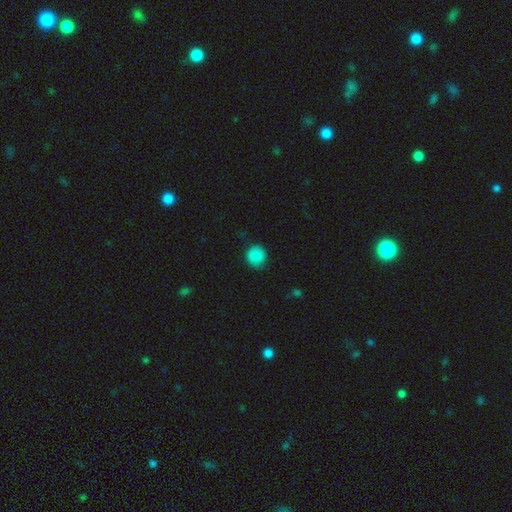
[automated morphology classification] Smooth or featured: smooth — 85% (star or artifact — 9%)
How rounded: round — 85% (in between — 14%)
Merging: none — 77% (minor disturbance — 18%)